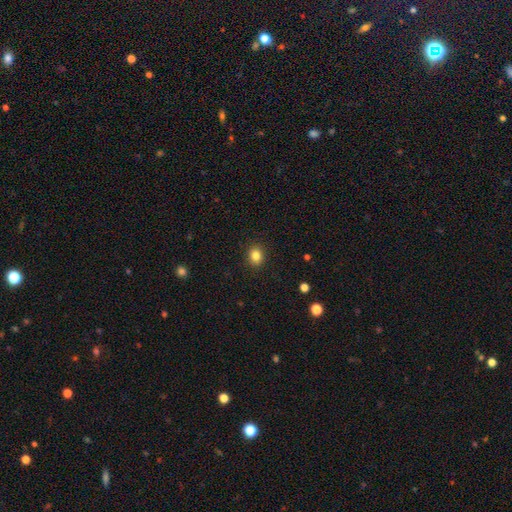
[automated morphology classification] Q: Smooth or featured?
A: smooth (83%); runner-up: star or artifact (11%)
Q: How rounded?
A: round (66%); runner-up: in between (33%)
Q: Merging?
A: none (91%); runner-up: minor disturbance (6%)